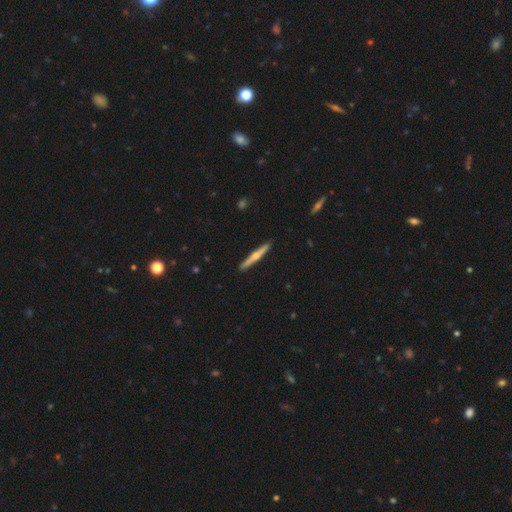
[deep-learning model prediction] A featured or disk galaxy (56%) viewed edge-on (97%) with a rounded central bulge (80%). Merging: none (91%).